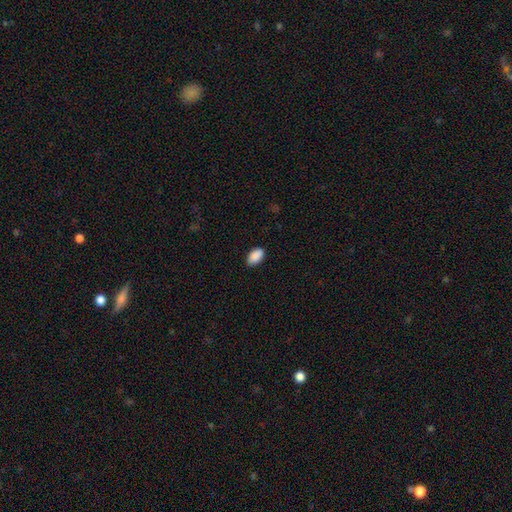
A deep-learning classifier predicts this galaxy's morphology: This is clearly a smooth galaxy (90%). How rounded: clearly in between (94%). Merging: clearly none (87%).